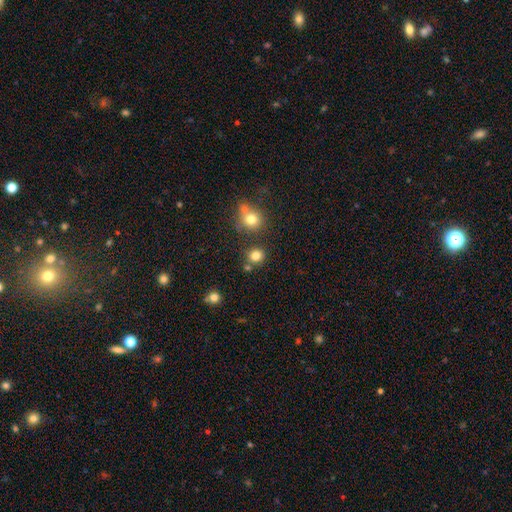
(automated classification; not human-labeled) Overall: smooth (81%). How rounded: round (88%). Merging: none (78%).